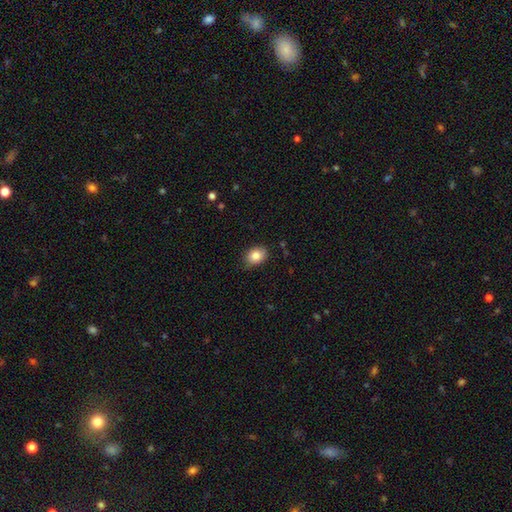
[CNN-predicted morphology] smooth-or-featured: smooth: 84% | star or artifact: 9% | featured or disk: 7%
  how-rounded: in between: 65% | round: 34% | cigar-shaped: 1%
  merging: none: 78% | minor disturbance: 18% | major disturbance: 3% | merger: 1%